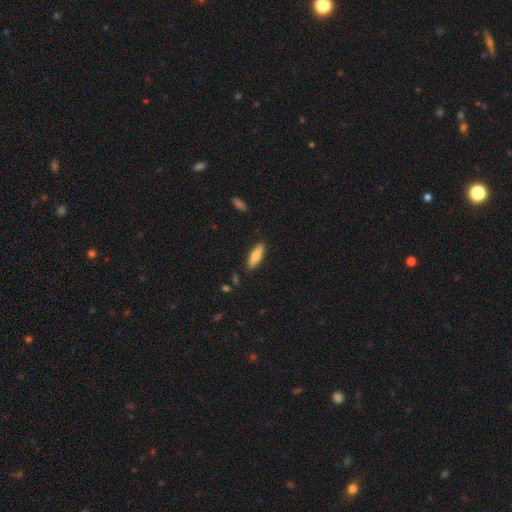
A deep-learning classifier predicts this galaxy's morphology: Q: Smooth or featured?
A: smooth (82%); runner-up: featured or disk (12%)
Q: How rounded?
A: in between (55%); runner-up: cigar-shaped (43%)
Q: Merging?
A: none (87%); runner-up: minor disturbance (9%)